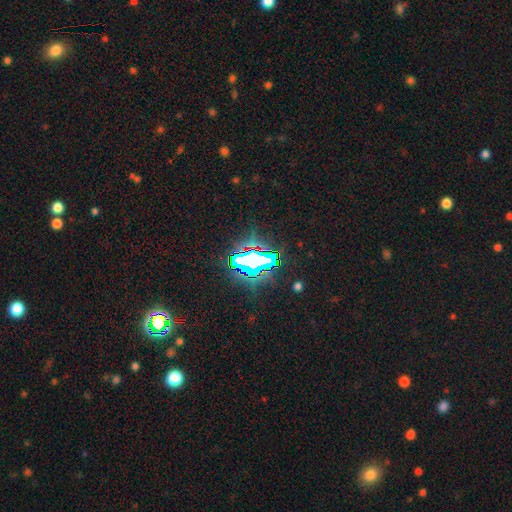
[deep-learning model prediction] smooth-or-featured: star or artifact: 74% | smooth: 15% | featured or disk: 11%